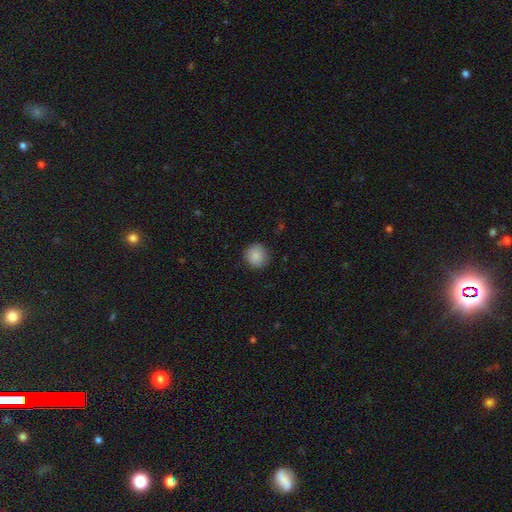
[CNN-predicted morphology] A smooth galaxy with no disk features (88%) that is round (93%).

Vote fractions:
- Smooth or featured? smooth: 88% / star or artifact: 8% / featured or disk: 4%
- How rounded? round: 93% / in between: 6% / cigar-shaped: 1%
- Merging? none: 88% / minor disturbance: 9% / major disturbance: 2% / merger: 1%